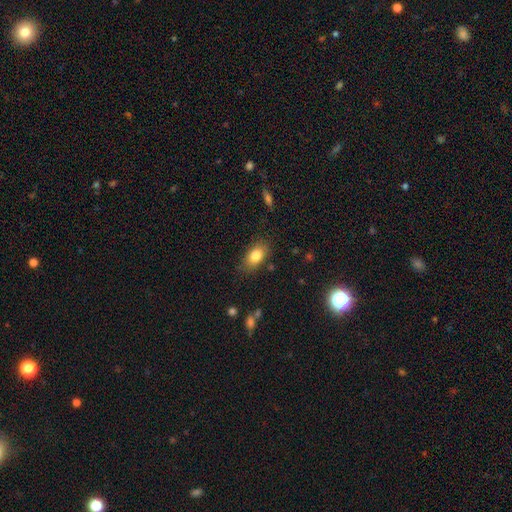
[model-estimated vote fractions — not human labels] smooth 82%, featured or disk 10%, star or artifact 8%. Down the decision tree: how rounded — in between (87%); merging — none (80%).